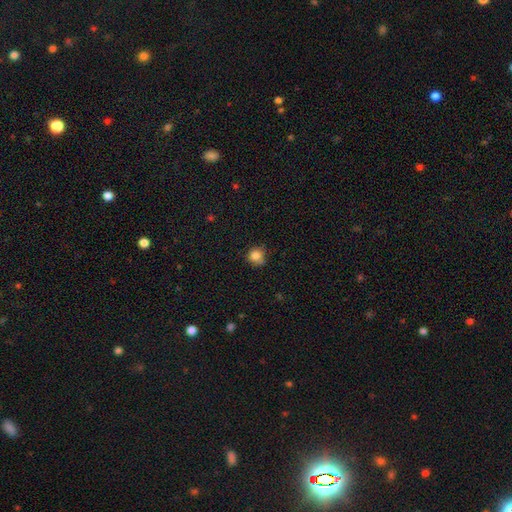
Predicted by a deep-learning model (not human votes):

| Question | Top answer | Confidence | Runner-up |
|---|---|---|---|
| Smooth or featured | smooth | 83% | star or artifact (11%) |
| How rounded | round | 86% | in between (13%) |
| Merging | none | 68% | minor disturbance (25%) |